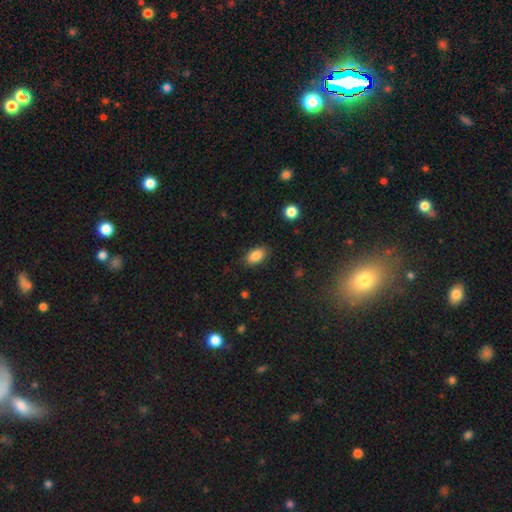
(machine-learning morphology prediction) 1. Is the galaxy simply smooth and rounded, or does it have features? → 86% smooth, 8% star or artifact, 6% featured or disk.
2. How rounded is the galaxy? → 91% in between, 7% round, 3% cigar-shaped.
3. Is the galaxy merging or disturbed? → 86% none, 11% minor disturbance, 3% major disturbance, 1% merger.